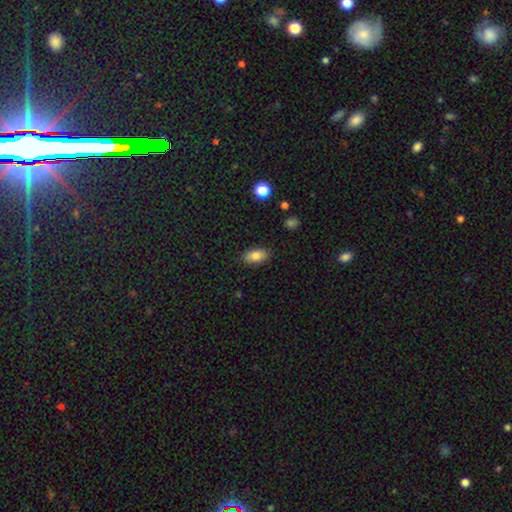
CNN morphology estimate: type=smooth (82%); roundness=in between (90%); merging=none (87%).